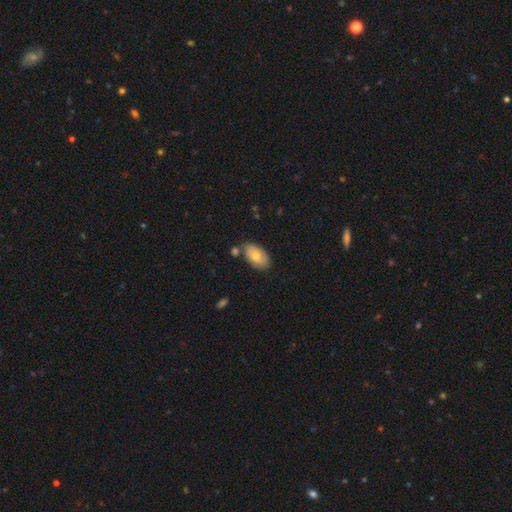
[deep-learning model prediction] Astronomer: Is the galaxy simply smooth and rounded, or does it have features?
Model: smooth — 64%.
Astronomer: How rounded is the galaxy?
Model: in between — 94%.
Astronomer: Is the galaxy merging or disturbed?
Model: none — 67%.